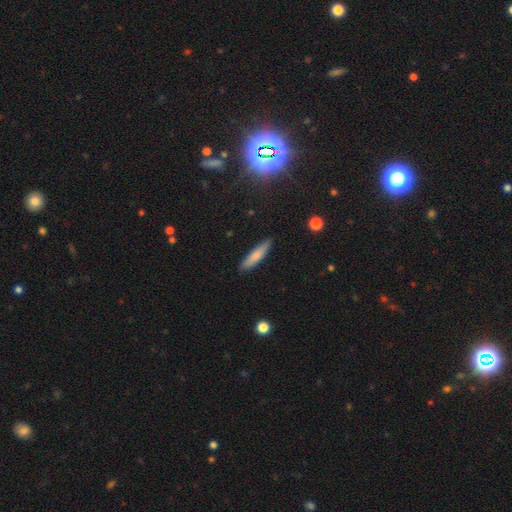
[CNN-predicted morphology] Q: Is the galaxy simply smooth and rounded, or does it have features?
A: smooth — 77%.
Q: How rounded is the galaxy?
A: cigar-shaped — 81%.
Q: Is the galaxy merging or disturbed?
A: none — 87%.